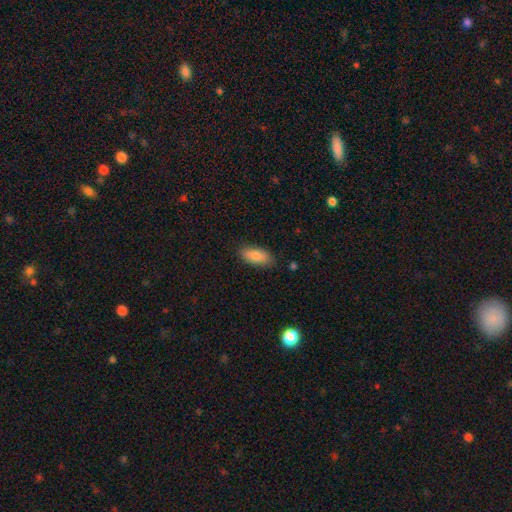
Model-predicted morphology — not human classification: Smooth or featured: smooth — 82% (featured or disk — 11%)
How rounded: in between — 83% (cigar-shaped — 14%)
Merging: none — 85% (minor disturbance — 12%)